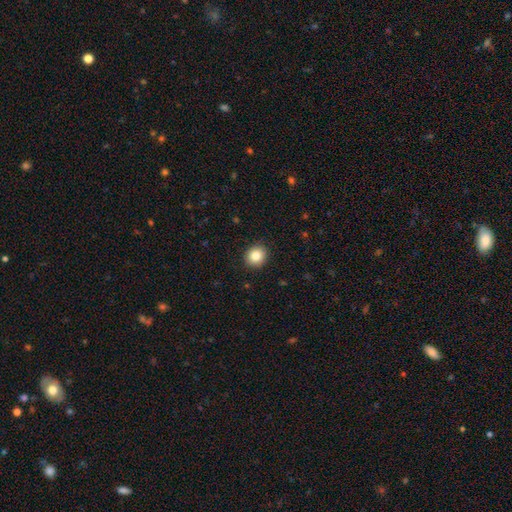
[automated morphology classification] The model was most divided on "how rounded": round: 80%, in between: 19%, cigar-shaped: 1%. More confident: merging — none (92%); smooth or featured — smooth (84%).